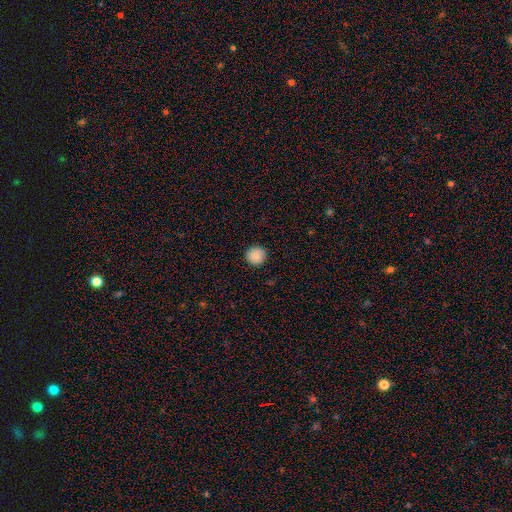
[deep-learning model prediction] Smooth or featured: smooth — 89% (star or artifact — 8%)
How rounded: round — 95% (in between — 4%)
Merging: none — 92% (minor disturbance — 5%)